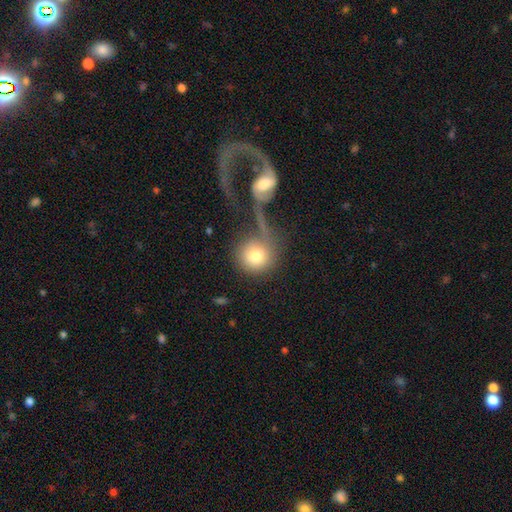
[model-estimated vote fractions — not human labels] This appears to be a smooth galaxy with no disk features (77%) that is round (91%). Merging: none (49%).